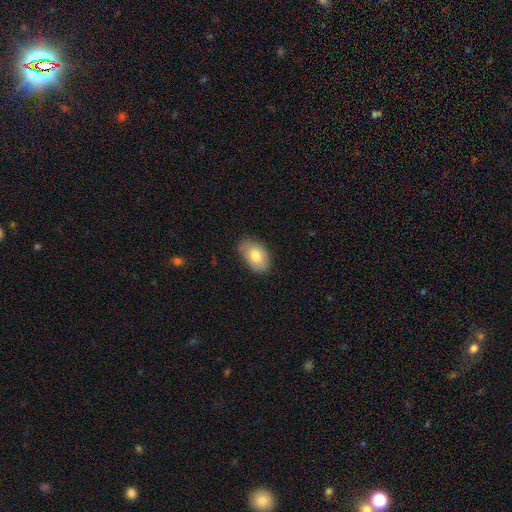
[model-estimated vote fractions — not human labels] This is likely a smooth galaxy (74%). How rounded: clearly in between (91%). Merging: likely none (76%).